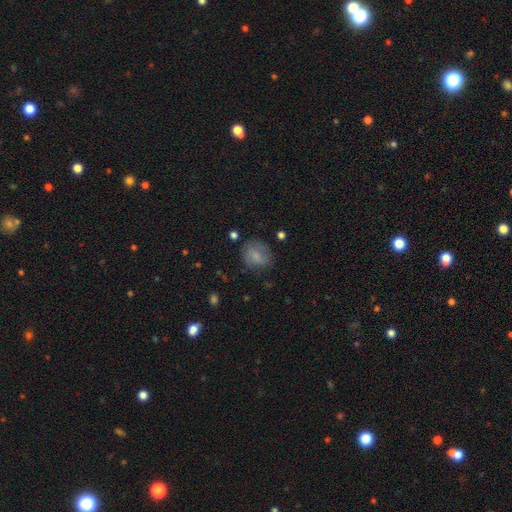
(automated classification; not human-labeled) This appears to be a smooth galaxy with no disk features (77%) that is round (75%). Merging: none (69%).